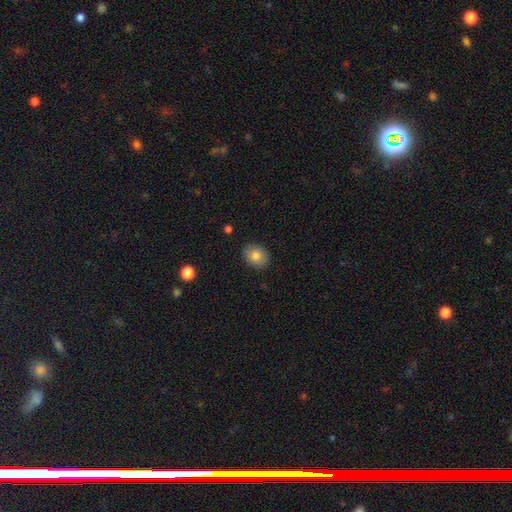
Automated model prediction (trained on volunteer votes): Smooth or featured: smooth — 81% (featured or disk — 11%)
How rounded: in between — 50% (round — 49%)
Merging: none — 88% (minor disturbance — 9%)